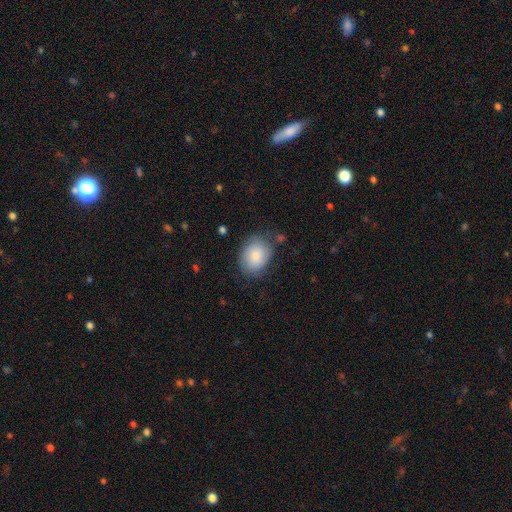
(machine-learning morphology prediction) smooth_or_featured: smooth (p=0.84) [alt: featured or disk p=0.10]
how_rounded: in between (p=0.60) [alt: round p=0.39]
merging: none (p=0.72) [alt: minor disturbance p=0.20]